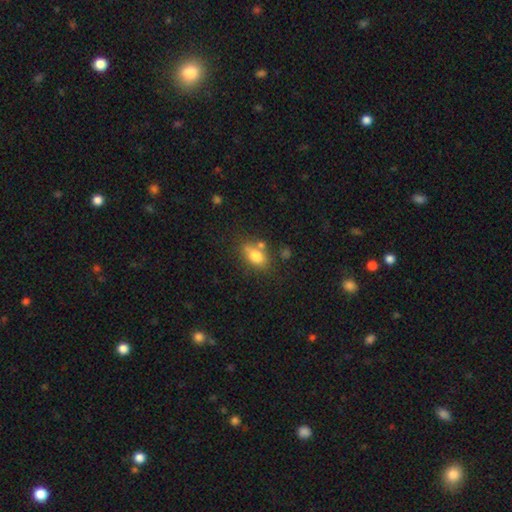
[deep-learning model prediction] This appears to be a smooth galaxy with no disk features (78%) that is in between round and cigar-shaped (81%). Merging: none (61%).